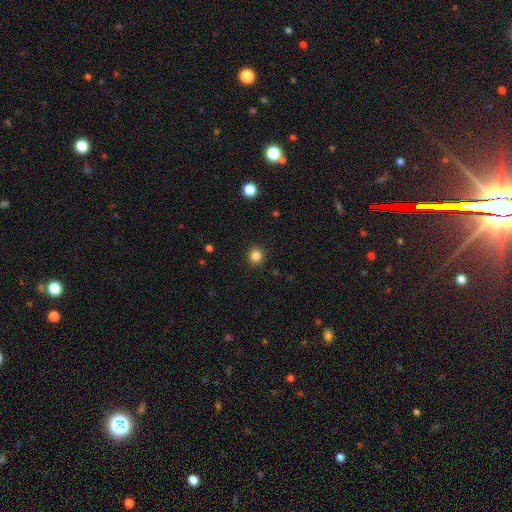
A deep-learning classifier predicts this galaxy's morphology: The model was most divided on "smooth or featured": smooth: 84%, star or artifact: 12%, featured or disk: 4%. More confident: how rounded — round (91%); merging — none (91%).